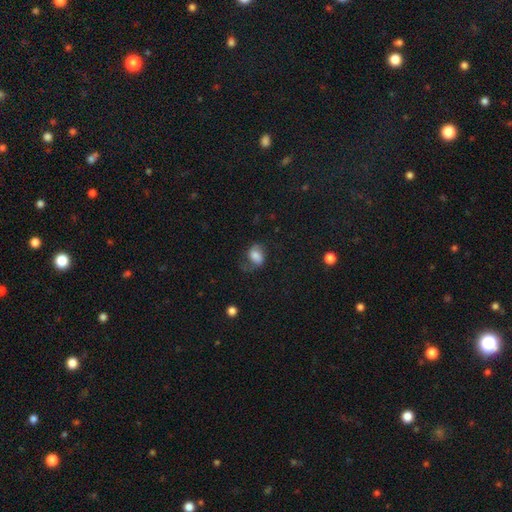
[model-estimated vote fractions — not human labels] The model was most divided on "merging": none: 50%, minor disturbance: 26%, major disturbance: 22%, merger: 2%. More confident: how rounded — in between (70%); smooth or featured — smooth (62%).